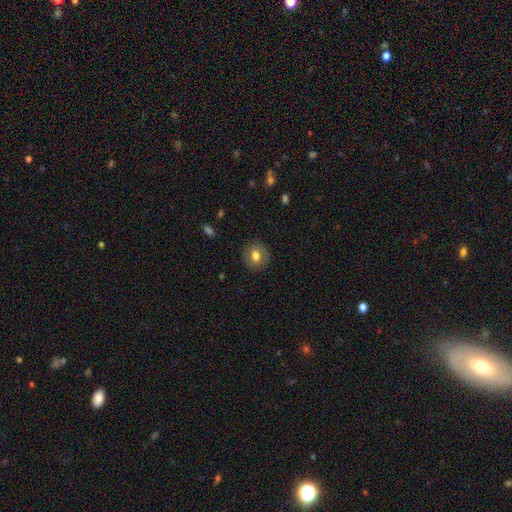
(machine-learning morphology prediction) A smooth galaxy with no disk features (72%) that is round (78%). Merging: none (88%).